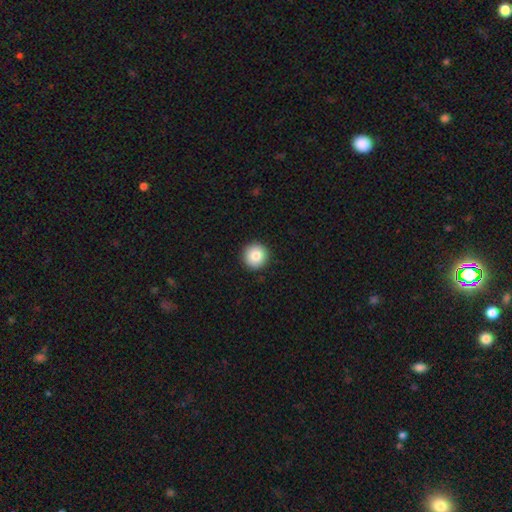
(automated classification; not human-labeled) Smooth or featured?
  - smooth: 85% *
  - star or artifact: 8%
  - featured or disk: 7%
How rounded?
  - round: 95% *
  - in between: 4%
  - cigar-shaped: 1%
Merging?
  - none: 93% *
  - minor disturbance: 5%
  - major disturbance: 1%
  - merger: 1%